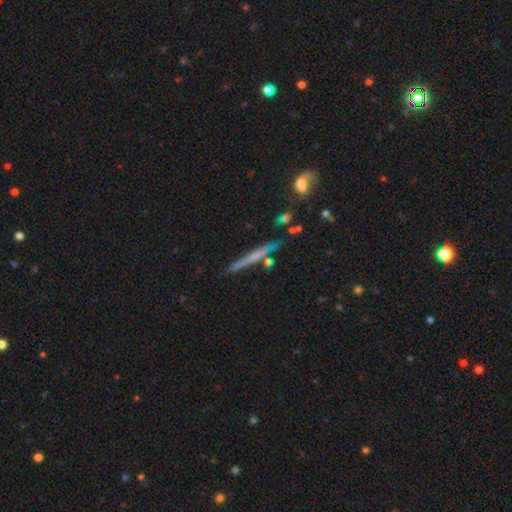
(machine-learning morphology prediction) Smooth or featured? Predicted: featured or disk (p=0.54). Edge-on disk? Predicted: yes (p=0.96). Edge-on bulge? Predicted: none (p=0.80). Merging? Predicted: none (p=0.83).